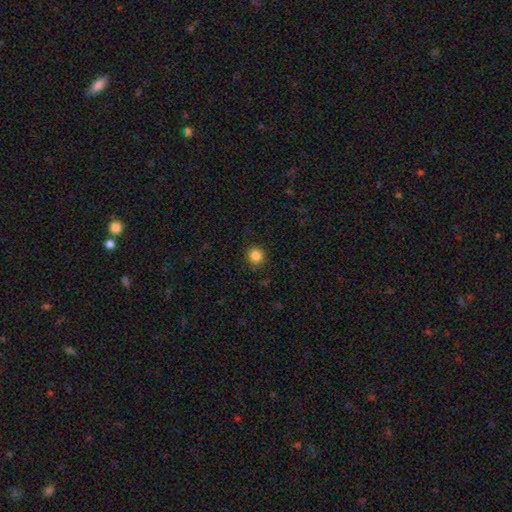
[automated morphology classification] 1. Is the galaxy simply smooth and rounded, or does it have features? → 85% smooth, 11% star or artifact, 4% featured or disk.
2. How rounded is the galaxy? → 90% round, 9% in between, 1% cigar-shaped.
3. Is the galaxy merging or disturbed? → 89% none, 8% minor disturbance, 2% major disturbance, 1% merger.